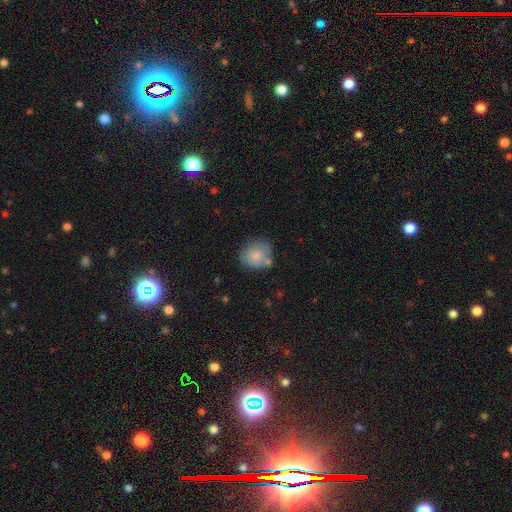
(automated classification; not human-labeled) A smooth galaxy with no disk features (78%) that is round (79%).

Vote fractions:
- Smooth or featured? smooth: 78% / featured or disk: 15% / star or artifact: 8%
- How rounded? round: 79% / in between: 20% / cigar-shaped: 1%
- Merging? none: 63% / minor disturbance: 21% / merger: 10% / major disturbance: 6%